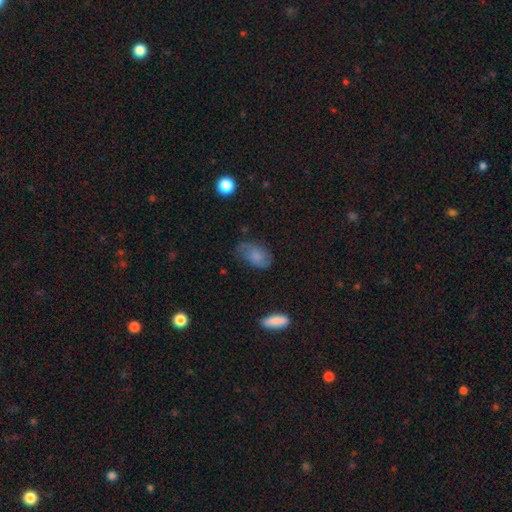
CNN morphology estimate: type=smooth (59%); roundness=in between (89%); merging=none (60%).